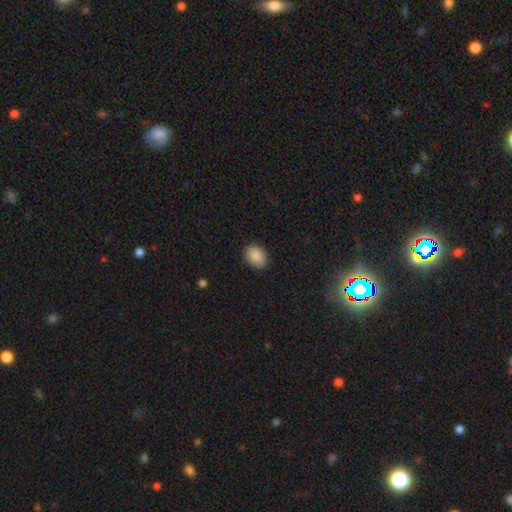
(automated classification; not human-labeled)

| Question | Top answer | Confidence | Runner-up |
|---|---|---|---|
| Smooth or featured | smooth | 89% | star or artifact (8%) |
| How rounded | in between | 70% | round (29%) |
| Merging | none | 87% | minor disturbance (9%) |